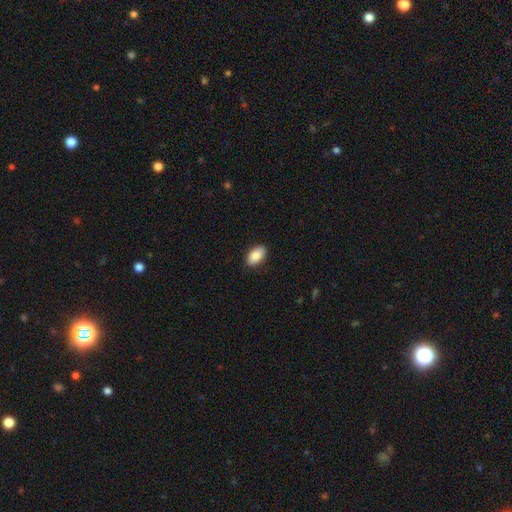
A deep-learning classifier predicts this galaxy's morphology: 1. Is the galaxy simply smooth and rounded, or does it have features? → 87% smooth, 7% star or artifact, 7% featured or disk.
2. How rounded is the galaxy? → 94% in between, 4% round, 2% cigar-shaped.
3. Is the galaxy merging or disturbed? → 89% none, 9% minor disturbance, 2% major disturbance, 1% merger.